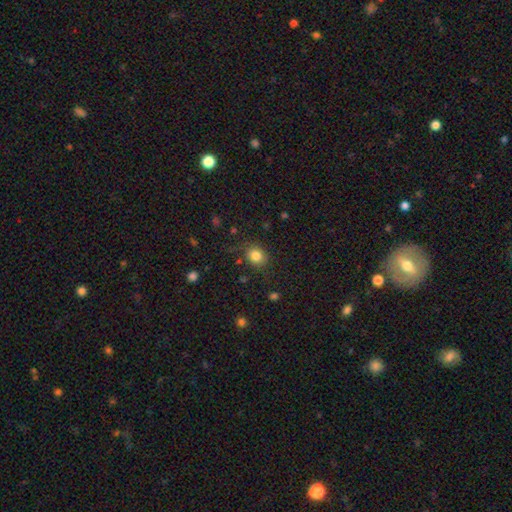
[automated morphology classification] A smooth galaxy with no disk features (82%) that is round (71%).

Vote fractions:
- Smooth or featured? smooth: 82% / star or artifact: 11% / featured or disk: 6%
- How rounded? round: 71% / in between: 28% / cigar-shaped: 1%
- Merging? none: 79% / minor disturbance: 14% / major disturbance: 5% / merger: 2%